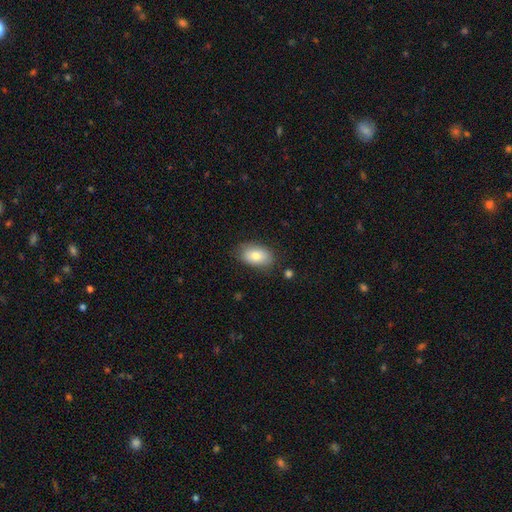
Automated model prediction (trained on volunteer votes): The model was most divided on "merging": none: 80%, minor disturbance: 15%, major disturbance: 4%, merger: 2%. More confident: how rounded — in between (90%); smooth or featured — smooth (80%).